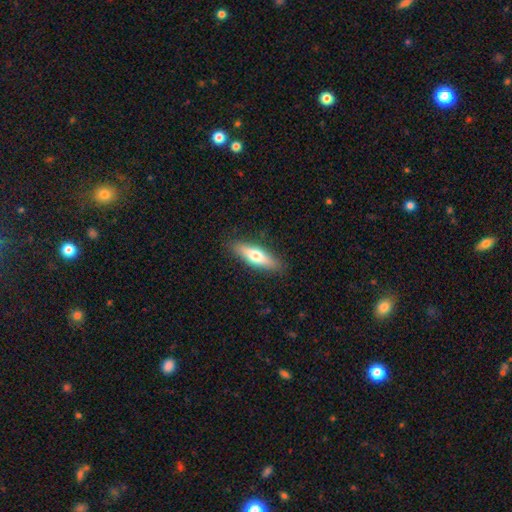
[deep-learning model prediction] smooth 57%, featured or disk 37%, star or artifact 6%. Down the decision tree: how rounded — cigar-shaped (62%); merging — none (88%).